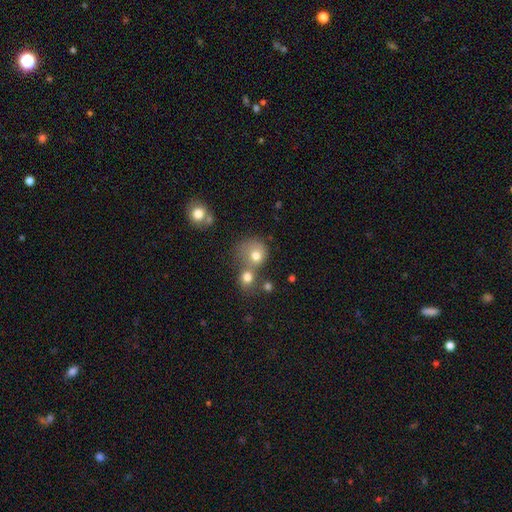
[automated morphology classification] smooth_or_featured: smooth (p=0.74) [alt: featured or disk p=0.14]
how_rounded: round (p=0.77) [alt: in between p=0.22]
merging: merger (p=0.50) [alt: none p=0.32]